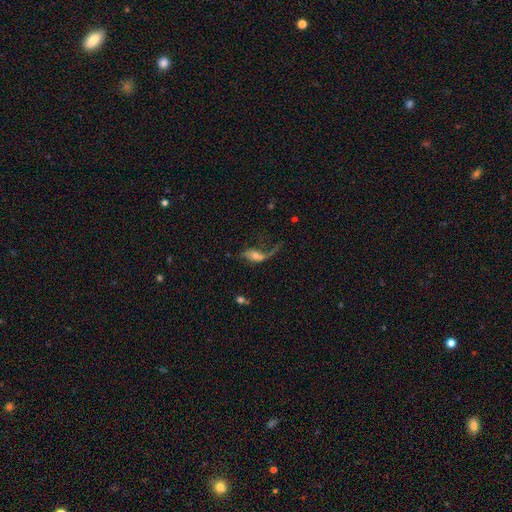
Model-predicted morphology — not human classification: This is likely a featured or disk galaxy (64%). It is clearly not viewed edge-on (91%). Bar: likely no (61%). Spiral arm pattern: likely yes (78%). Central bulge: possibly moderate (54%). Merging: marginally major disturbance (44%).